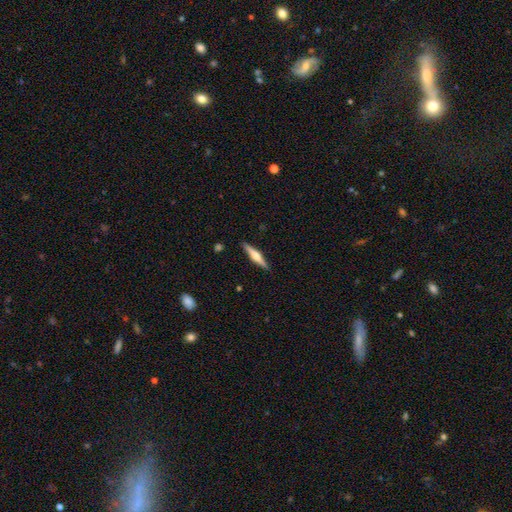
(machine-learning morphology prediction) Q: Smooth or featured?
A: featured or disk (63%); runner-up: smooth (31%)
Q: Edge-on disk?
A: yes (98%); runner-up: no (2%)
Q: Edge-on bulge?
A: rounded (85%); runner-up: boxy (11%)
Q: Merging?
A: none (90%); runner-up: minor disturbance (7%)